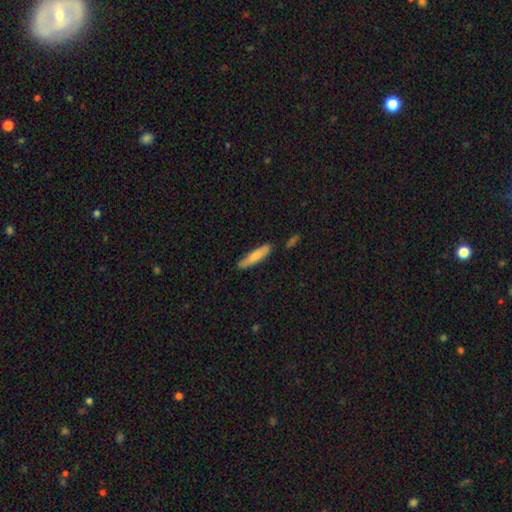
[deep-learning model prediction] A smooth galaxy with no disk features (72%) that is cigar-shaped (80%). Merging: none (78%).